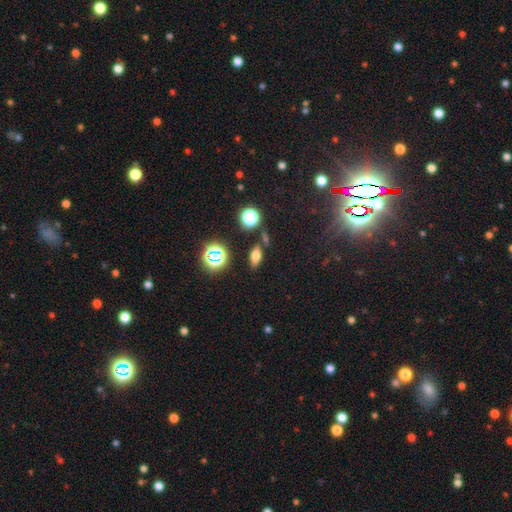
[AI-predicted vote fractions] Q: Smooth or featured?
A: smooth (63%); runner-up: star or artifact (22%)
Q: How rounded?
A: in between (76%); runner-up: cigar-shaped (12%)
Q: Merging?
A: none (79%); runner-up: minor disturbance (10%)